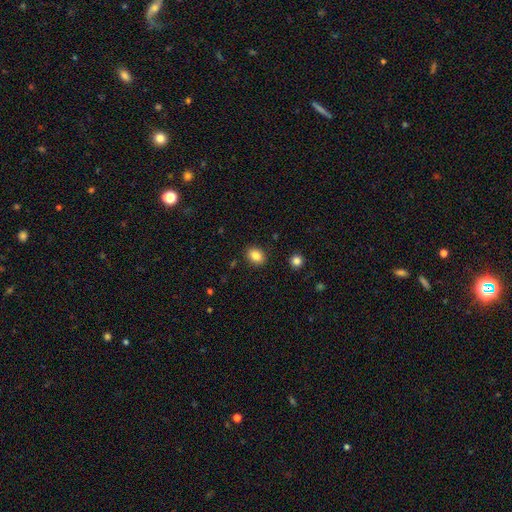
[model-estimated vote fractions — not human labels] A smooth galaxy with no disk features (84%) that is in between round and cigar-shaped (61%).

Vote fractions:
- Smooth or featured? smooth: 84% / star or artifact: 10% / featured or disk: 6%
- How rounded? in between: 61% / round: 38% / cigar-shaped: 1%
- Merging? none: 88% / minor disturbance: 8% / major disturbance: 2% / merger: 2%